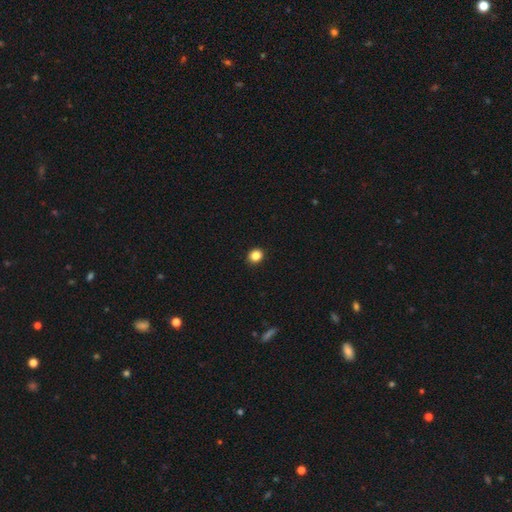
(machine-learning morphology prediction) Overall: smooth (85%). How rounded: round (79%). Merging: none (92%).